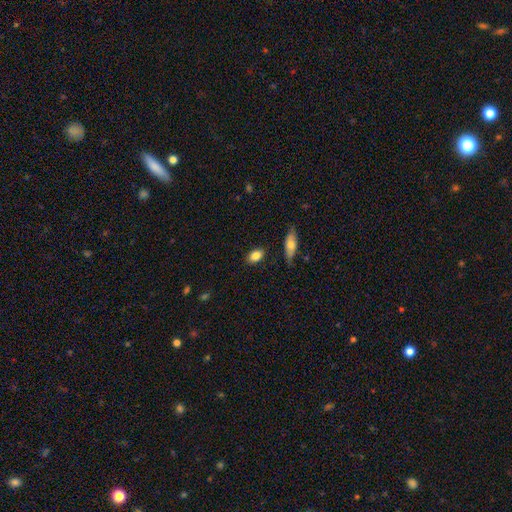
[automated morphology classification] smooth-or-featured: smooth: 85% | featured or disk: 8% | star or artifact: 7%
  how-rounded: in between: 85% | round: 11% | cigar-shaped: 4%
  merging: none: 84% | minor disturbance: 11% | major disturbance: 3% | merger: 2%